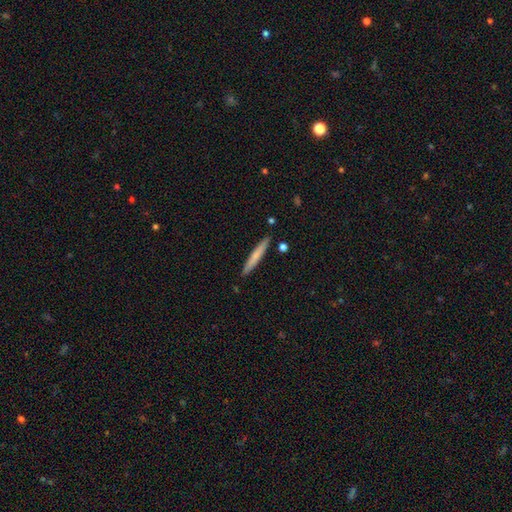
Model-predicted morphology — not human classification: smooth 67%, featured or disk 28%, star or artifact 5%. Down the decision tree: how rounded — cigar-shaped (96%); merging — none (90%).